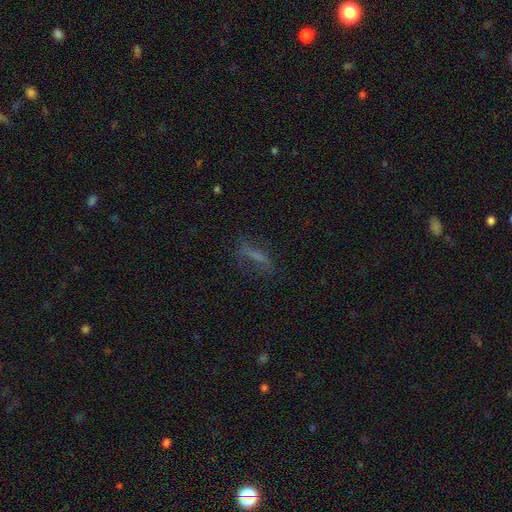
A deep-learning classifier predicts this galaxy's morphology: Overall: smooth (47%; featured or disk 35%). Merging: none (61%).